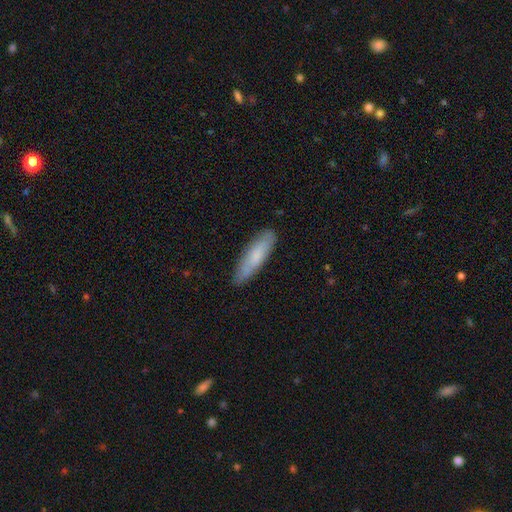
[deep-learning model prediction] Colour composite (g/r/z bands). It shows a smooth galaxy with no disk features (70%) that is cigar-shaped (68%). Merging: none (83%).